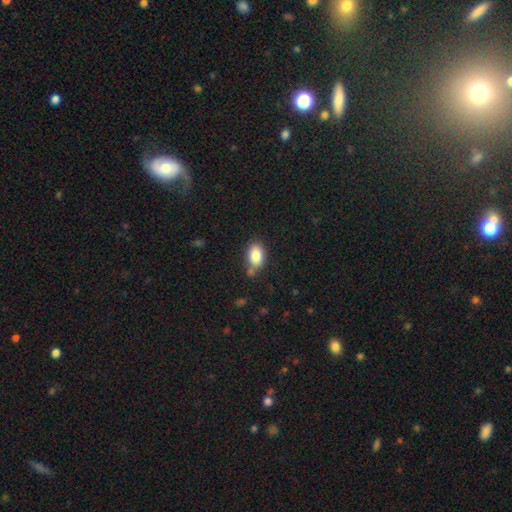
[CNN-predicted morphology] A smooth galaxy with no disk features (86%) that is in between round and cigar-shaped (89%). Merging: none (73%).